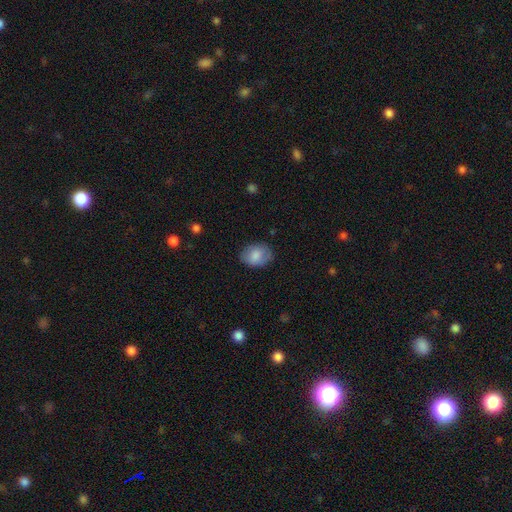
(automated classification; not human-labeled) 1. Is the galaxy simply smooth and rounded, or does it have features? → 81% smooth, 12% featured or disk, 7% star or artifact.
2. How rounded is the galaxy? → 72% in between, 27% round, 1% cigar-shaped.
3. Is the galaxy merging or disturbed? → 79% none, 16% minor disturbance, 4% major disturbance, 1% merger.